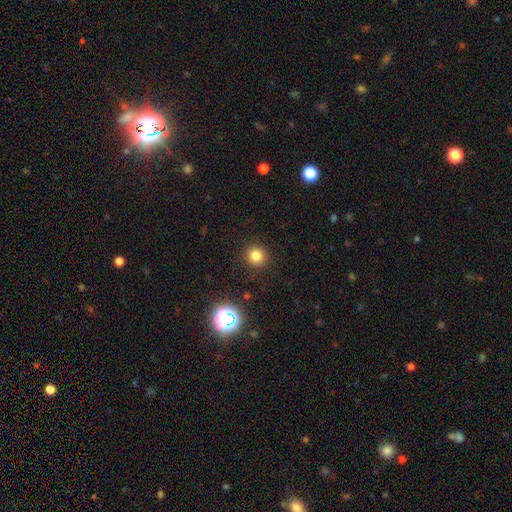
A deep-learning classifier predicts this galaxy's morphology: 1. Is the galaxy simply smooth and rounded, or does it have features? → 79% smooth, 15% star or artifact, 6% featured or disk.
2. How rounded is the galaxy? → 92% round, 7% in between, 1% cigar-shaped.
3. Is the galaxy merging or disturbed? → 91% none, 6% minor disturbance, 2% major disturbance, 1% merger.